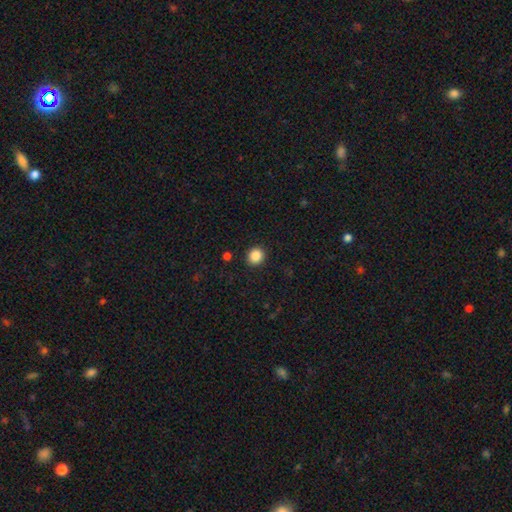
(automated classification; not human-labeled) This appears to be a smooth galaxy with no disk features (87%) that is round (86%). Merging: none (91%).